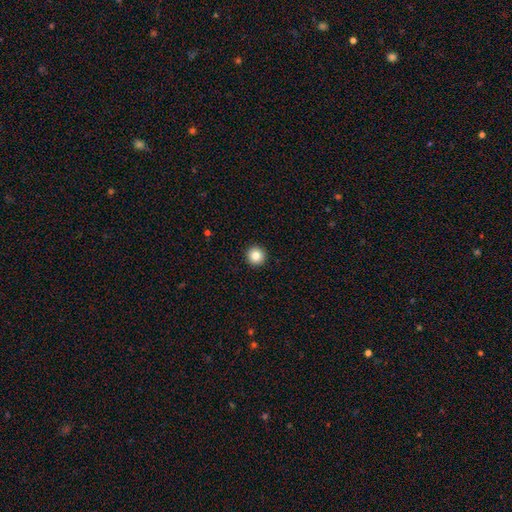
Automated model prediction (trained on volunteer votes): smooth 84%, star or artifact 10%, featured or disk 5%. Down the decision tree: how rounded — round (96%); merging — none (94%).